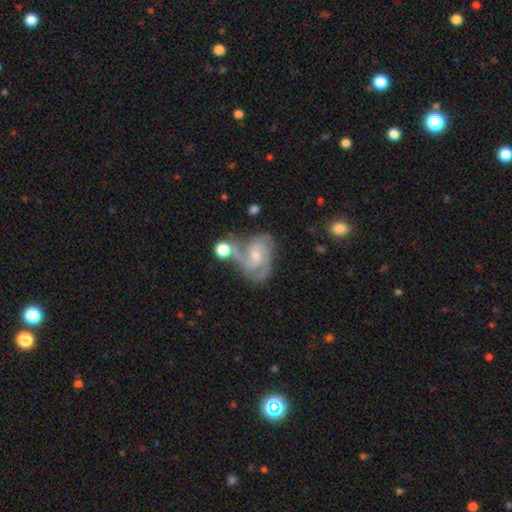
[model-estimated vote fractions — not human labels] Overall: featured or disk (84%). Edge-on disk: no (97%). Bar: no (51%; weak 40%). Spiral arms: yes (96%). Spiral arm count: 2 (40%; 3 36%). Spiral winding: medium (50%; tight 37%). Bulge size: small (56%; moderate 38%). Merging: none (49%; minor disturbance 21%).